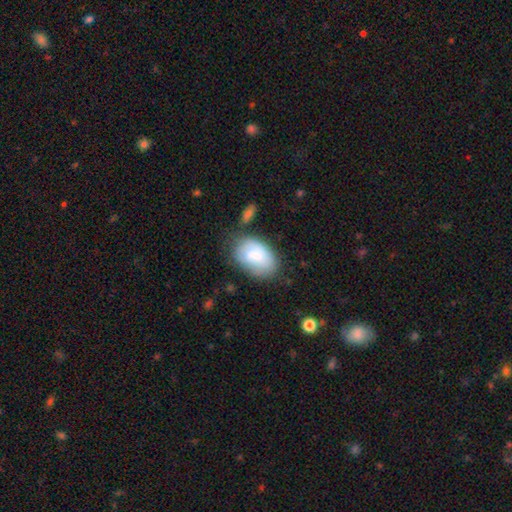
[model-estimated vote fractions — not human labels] Q: Smooth or featured?
A: smooth (75%); runner-up: featured or disk (18%)
Q: How rounded?
A: in between (91%); runner-up: round (8%)
Q: Merging?
A: none (59%); runner-up: minor disturbance (24%)